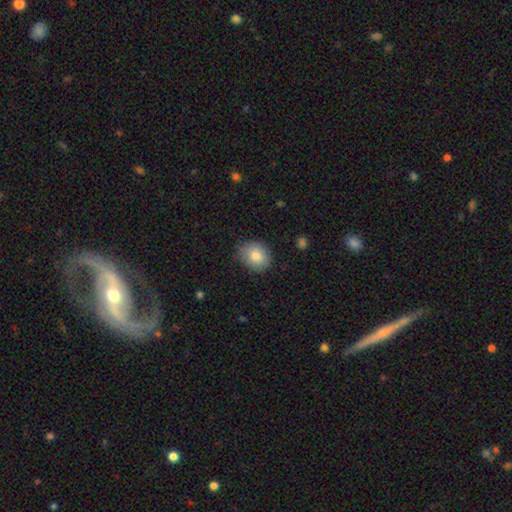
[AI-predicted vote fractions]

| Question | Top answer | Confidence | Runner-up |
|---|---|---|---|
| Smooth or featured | smooth | 82% | featured or disk (9%) |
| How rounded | round | 61% | in between (38%) |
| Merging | none | 81% | minor disturbance (15%) |